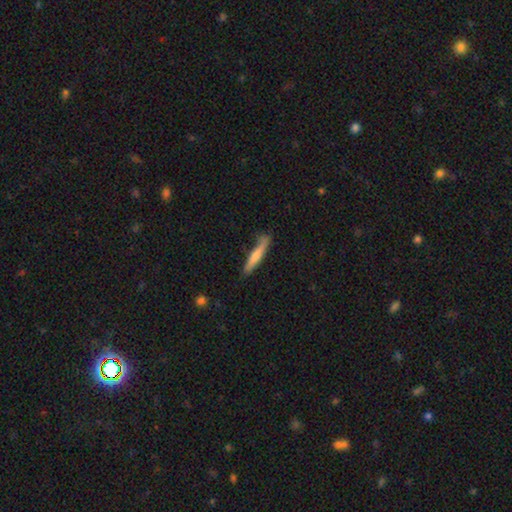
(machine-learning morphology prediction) Smooth or featured? Predicted: smooth (p=0.57). How rounded? Predicted: cigar-shaped (p=0.93). Merging? Predicted: none (p=0.80).